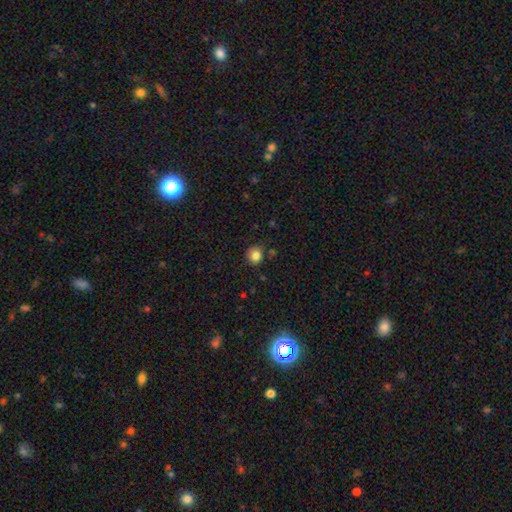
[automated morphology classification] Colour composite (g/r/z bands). It shows a smooth galaxy with no disk features (83%) that is round (82%). Merging: none (74%).